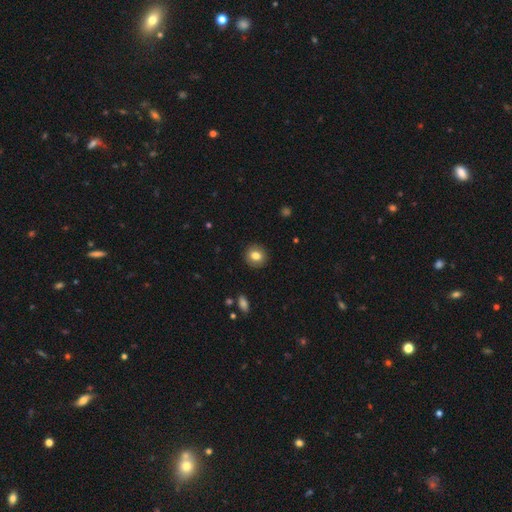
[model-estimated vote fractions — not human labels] A smooth galaxy with no disk features (80%) that is round (84%).

Vote fractions:
- Smooth or featured? smooth: 80% / featured or disk: 11% / star or artifact: 9%
- How rounded? round: 84% / in between: 15% / cigar-shaped: 1%
- Merging? none: 90% / minor disturbance: 7% / major disturbance: 2% / merger: 1%